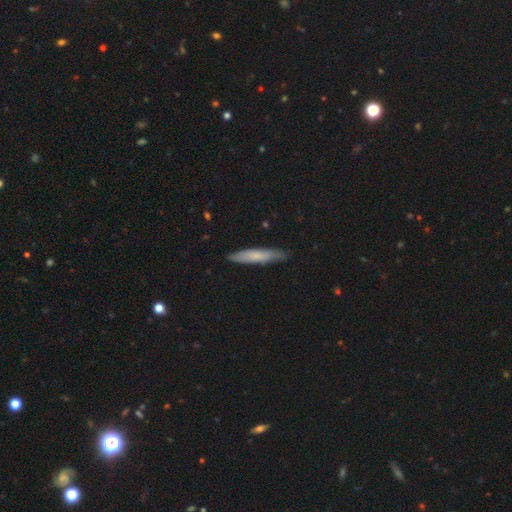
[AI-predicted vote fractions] Q: Smooth or featured?
A: smooth (66%); runner-up: featured or disk (29%)
Q: How rounded?
A: cigar-shaped (89%); runner-up: in between (9%)
Q: Merging?
A: none (85%); runner-up: minor disturbance (12%)